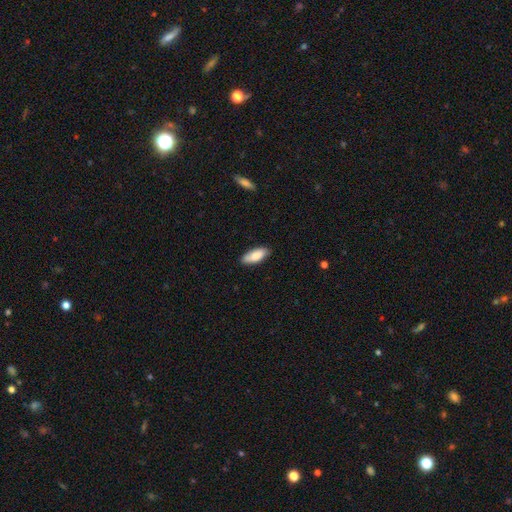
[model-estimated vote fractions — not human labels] smooth 85%, featured or disk 10%, star or artifact 6%. Down the decision tree: how rounded — in between (76%); merging — none (86%).